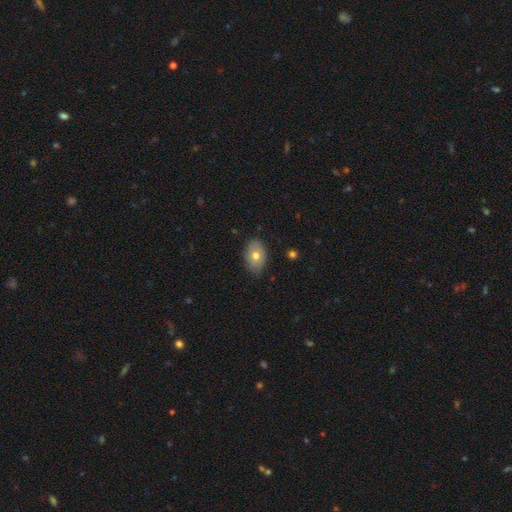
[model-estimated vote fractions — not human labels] smooth-or-featured: smooth: 71% | featured or disk: 22% | star or artifact: 8%
  how-rounded: in between: 84% | round: 14% | cigar-shaped: 1%
  merging: none: 82% | minor disturbance: 14% | major disturbance: 2% | merger: 1%